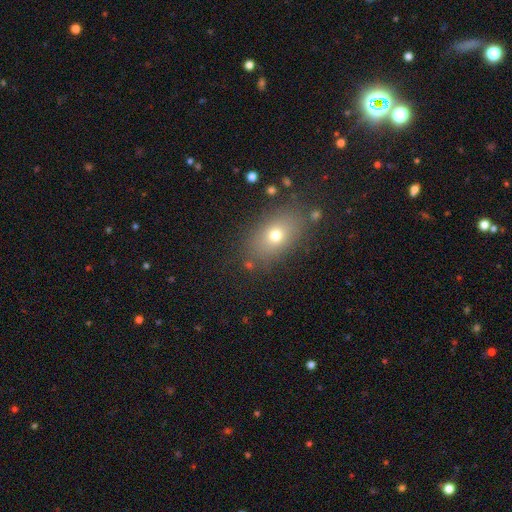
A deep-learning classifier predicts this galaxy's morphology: Overall: smooth (67%). How rounded: in between (74%). Merging: none (83%).